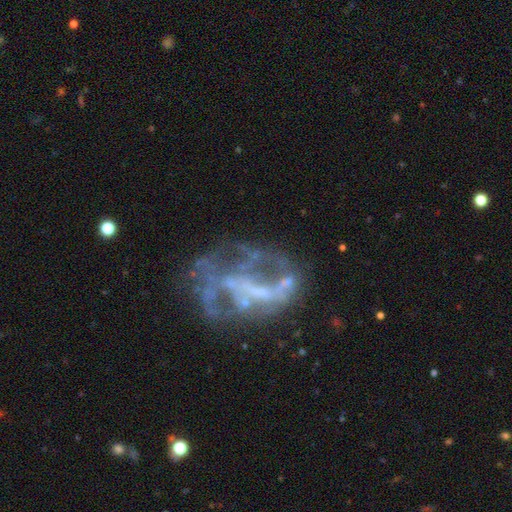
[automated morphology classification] featured or disk 75%, star or artifact 14%, smooth 11%. Down the decision tree: edge-on disk — no (98%); bar — no (58%); spiral arms — no (68%); bulge size — none (63%); merging — none (40%).